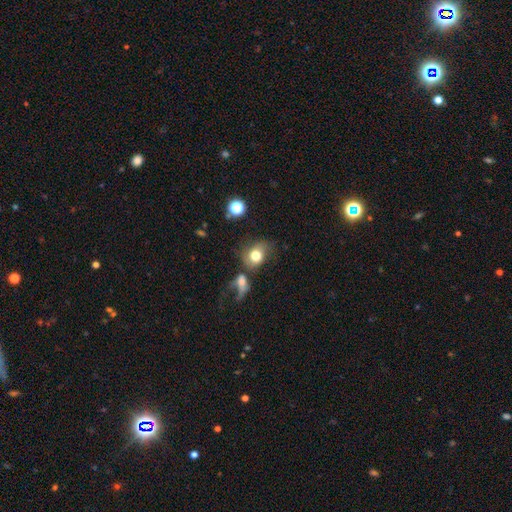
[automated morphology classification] This is likely a smooth galaxy (71%). How rounded: possibly round (51%). Merging: marginally none (34%).